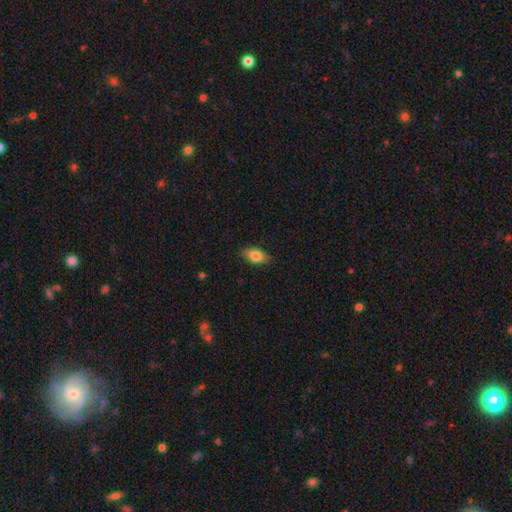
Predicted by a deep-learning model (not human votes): Smooth or featured: smooth — 83% (featured or disk — 9%)
How rounded: in between — 87% (round — 9%)
Merging: none — 82% (minor disturbance — 15%)